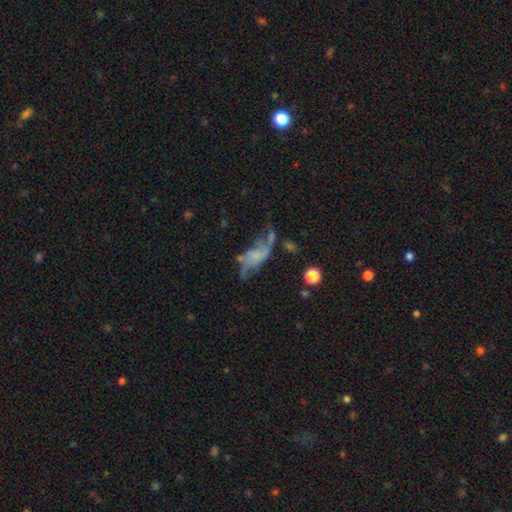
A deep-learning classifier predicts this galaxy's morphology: A featured or disk galaxy (57%) with no bar (74%), spiral arms (65%) and no central bulge (44%). Merging: major disturbance (33%).